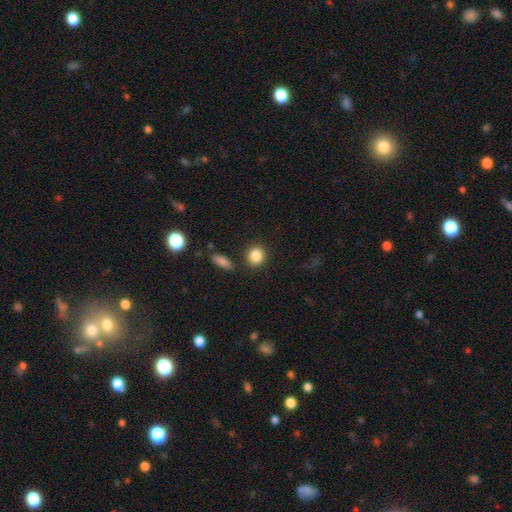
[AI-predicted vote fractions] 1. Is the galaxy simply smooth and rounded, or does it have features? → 86% smooth, 9% star or artifact, 5% featured or disk.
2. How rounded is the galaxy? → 78% round, 21% in between, 2% cigar-shaped.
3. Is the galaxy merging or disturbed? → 85% none, 8% minor disturbance, 5% merger, 3% major disturbance.